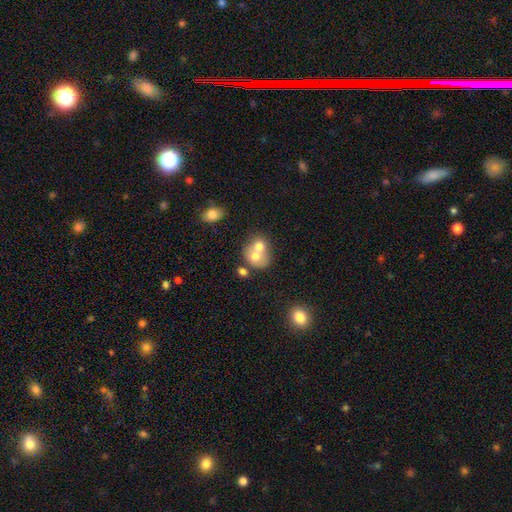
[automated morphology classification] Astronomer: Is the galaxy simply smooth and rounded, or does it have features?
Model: smooth — 63%.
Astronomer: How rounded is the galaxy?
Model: round — 63%.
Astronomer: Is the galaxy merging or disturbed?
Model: merger — 68%.